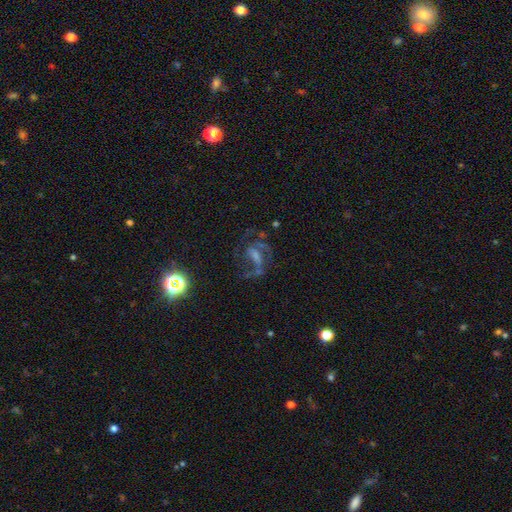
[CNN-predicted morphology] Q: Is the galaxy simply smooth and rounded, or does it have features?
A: featured or disk — 66%.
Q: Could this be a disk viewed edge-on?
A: no — 95%.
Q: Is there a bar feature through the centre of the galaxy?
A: weak — 45%.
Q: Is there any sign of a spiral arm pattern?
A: yes — 86%.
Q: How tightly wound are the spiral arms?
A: medium — 50%.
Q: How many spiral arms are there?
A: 2 — 56%.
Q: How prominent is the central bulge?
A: small — 35%.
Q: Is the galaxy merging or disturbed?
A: none — 56%.